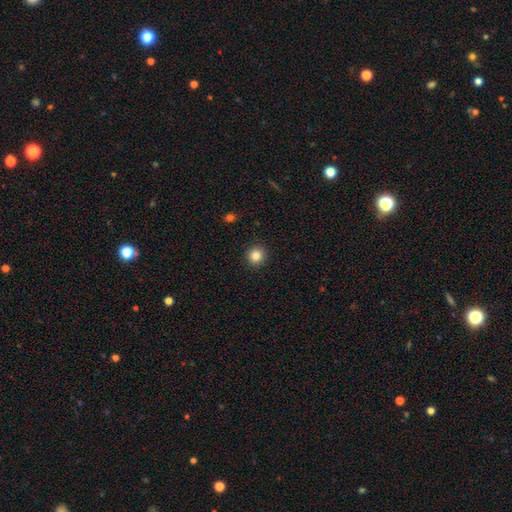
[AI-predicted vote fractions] Smooth or featured? smooth (84%)
How rounded? round (93%)
Merging? none (92%)